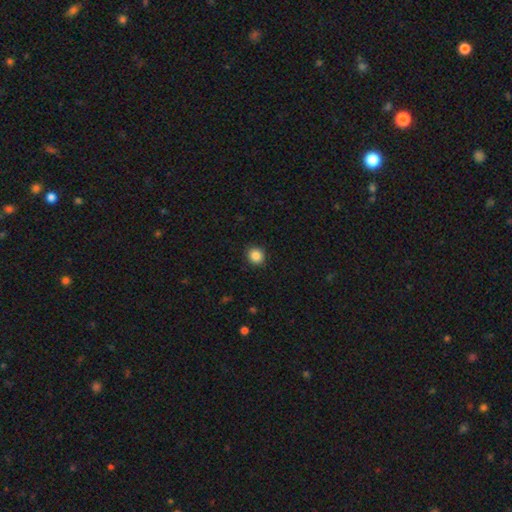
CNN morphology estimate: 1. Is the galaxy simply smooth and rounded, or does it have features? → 87% smooth, 10% star or artifact, 4% featured or disk.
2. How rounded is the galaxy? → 88% round, 11% in between, 1% cigar-shaped.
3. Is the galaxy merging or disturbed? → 91% none, 6% minor disturbance, 2% major disturbance, 1% merger.